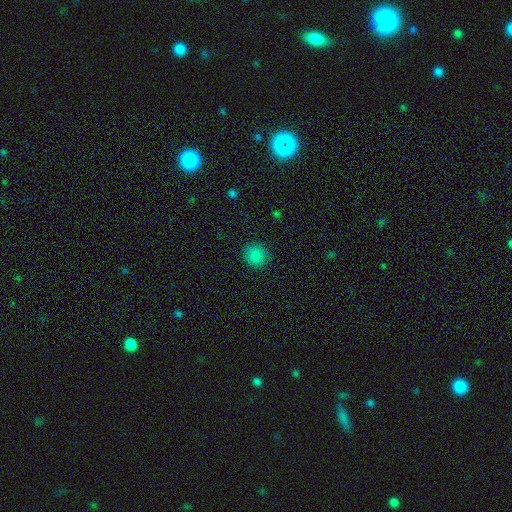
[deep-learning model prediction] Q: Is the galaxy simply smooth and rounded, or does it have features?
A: smooth — 84%.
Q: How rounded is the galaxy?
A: round — 87%.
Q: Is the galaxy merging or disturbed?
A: none — 89%.